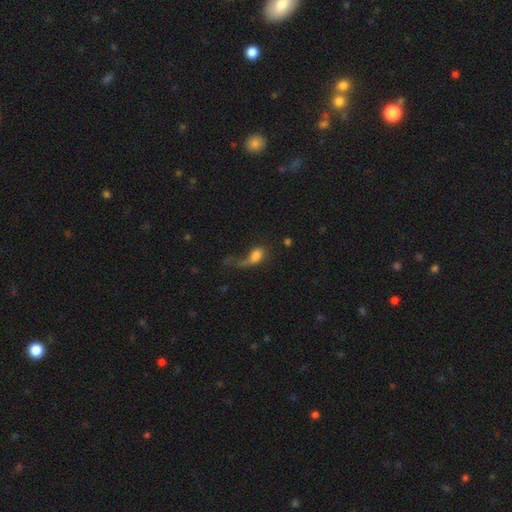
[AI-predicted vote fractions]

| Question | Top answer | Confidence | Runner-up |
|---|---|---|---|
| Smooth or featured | smooth | 70% | featured or disk (19%) |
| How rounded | in between | 76% | round (18%) |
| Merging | major disturbance | 55% | none (18%) |